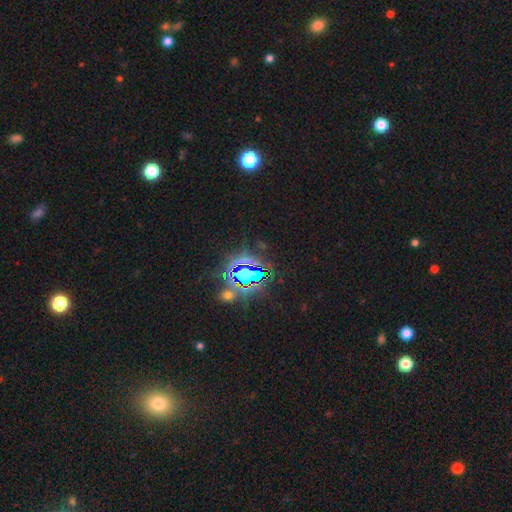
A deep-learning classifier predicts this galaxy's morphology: This is clearly a star or artifact rather than a galaxy (83%).